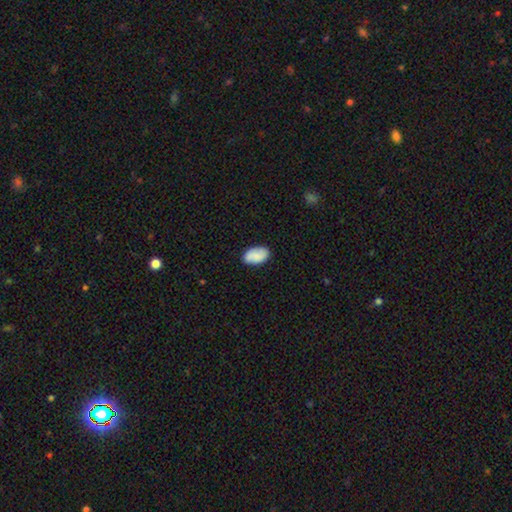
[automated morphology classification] smooth-or-featured: smooth: 82% | featured or disk: 12% | star or artifact: 7%
  how-rounded: in between: 93% | round: 6% | cigar-shaped: 1%
  merging: none: 82% | minor disturbance: 14% | major disturbance: 3% | merger: 1%